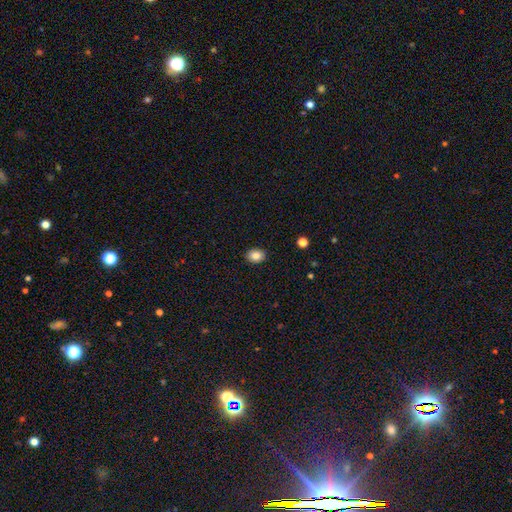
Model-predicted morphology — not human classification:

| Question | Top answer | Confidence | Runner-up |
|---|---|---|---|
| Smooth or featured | smooth | 85% | star or artifact (9%) |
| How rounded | in between | 58% | round (41%) |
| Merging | none | 90% | minor disturbance (7%) |